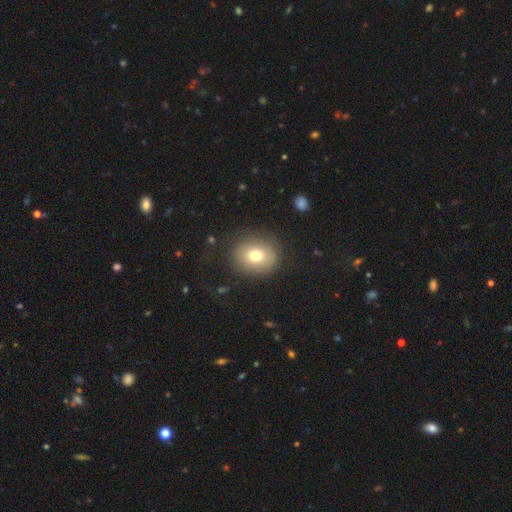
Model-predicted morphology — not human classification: smooth-or-featured: smooth: 74% | featured or disk: 14% | star or artifact: 12%
  how-rounded: round: 73% | in between: 26% | cigar-shaped: 1%
  merging: none: 84% | minor disturbance: 10% | major disturbance: 5% | merger: 1%